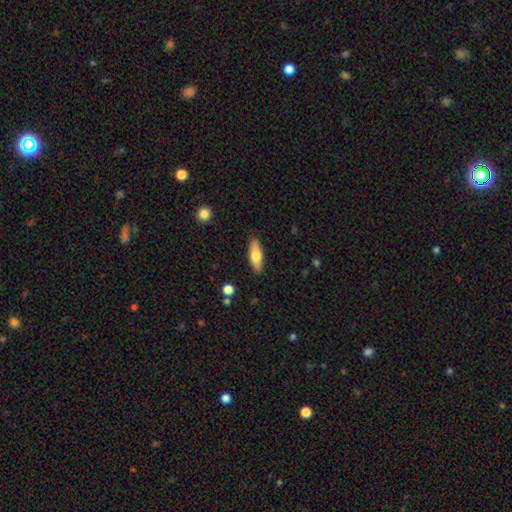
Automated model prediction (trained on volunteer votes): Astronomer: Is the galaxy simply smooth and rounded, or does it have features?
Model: smooth — 68%.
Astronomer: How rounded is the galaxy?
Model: in between — 57% (runner-up: cigar-shaped, 41%).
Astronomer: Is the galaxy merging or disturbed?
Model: none — 88%.